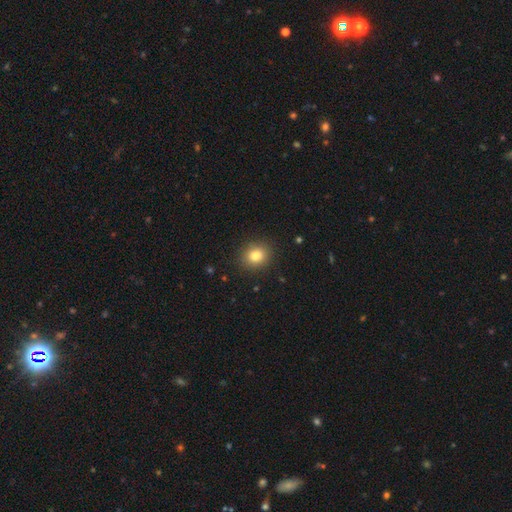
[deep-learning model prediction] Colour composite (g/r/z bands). It shows a smooth galaxy with no disk features (81%) that is round (70%). Merging: none (89%).